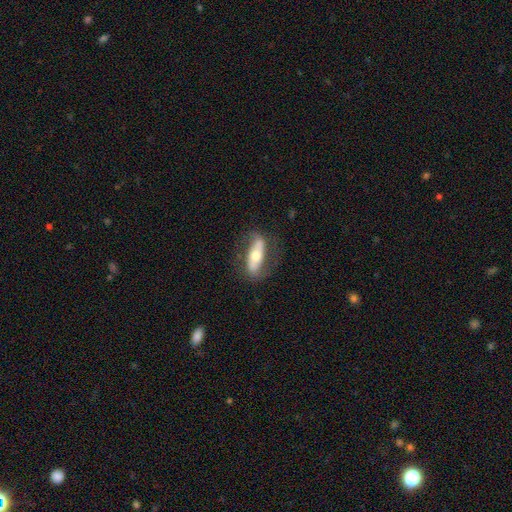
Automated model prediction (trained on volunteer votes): Overall: featured or disk (62%; smooth 32%). Edge-on disk: no (72%). Merging: none (73%).